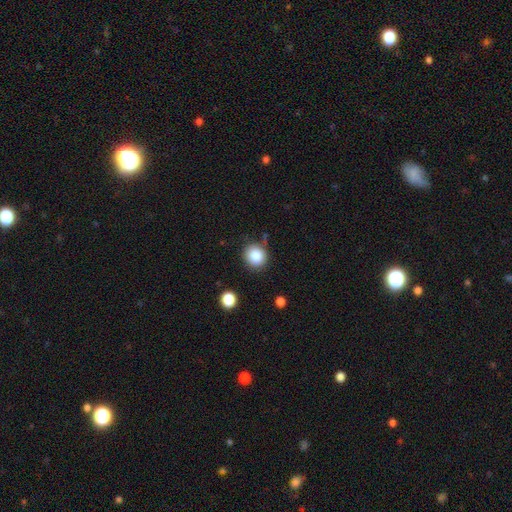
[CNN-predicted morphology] smooth 85%, star or artifact 10%, featured or disk 5%. Down the decision tree: how rounded — round (85%); merging — none (80%).